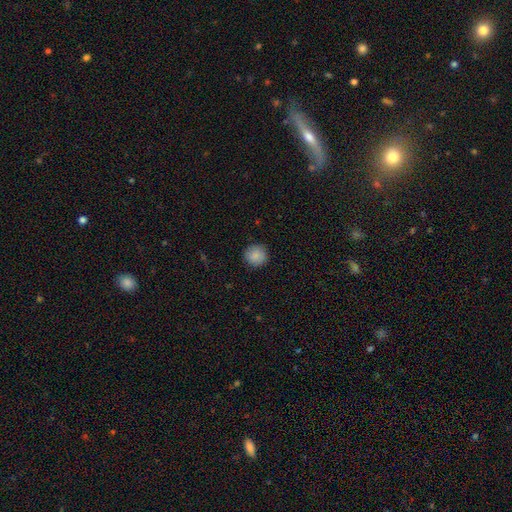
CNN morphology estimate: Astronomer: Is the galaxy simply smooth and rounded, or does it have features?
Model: smooth — 87%.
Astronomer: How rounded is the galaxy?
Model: round — 93%.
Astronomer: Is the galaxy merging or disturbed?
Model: none — 89%.